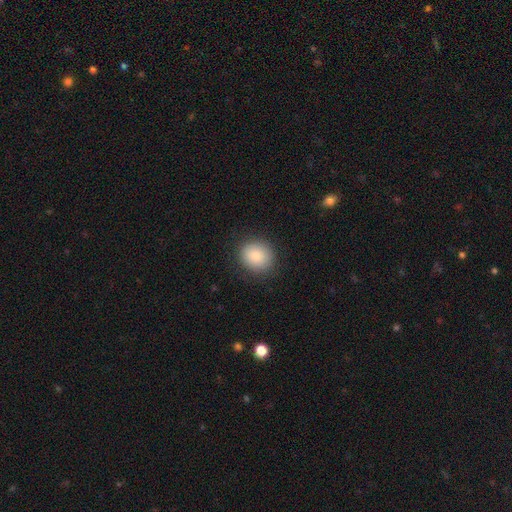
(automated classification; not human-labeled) smooth-or-featured: smooth: 80% | featured or disk: 10% | star or artifact: 9%
  how-rounded: round: 86% | in between: 13% | cigar-shaped: 1%
  merging: none: 88% | minor disturbance: 8% | major disturbance: 3% | merger: 1%